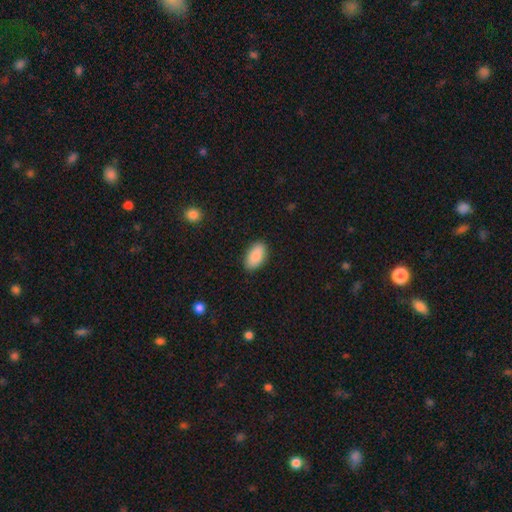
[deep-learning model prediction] smooth-or-featured: smooth: 88% | star or artifact: 6% | featured or disk: 6%
  how-rounded: in between: 94% | round: 4% | cigar-shaped: 3%
  merging: none: 88% | minor disturbance: 9% | major disturbance: 2% | merger: 1%